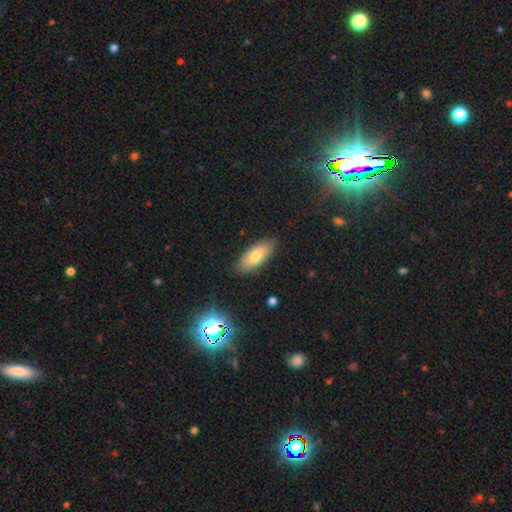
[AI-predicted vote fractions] This appears to be a smooth galaxy with no disk features (68%) that is in between round and cigar-shaped (81%). Merging: none (85%).